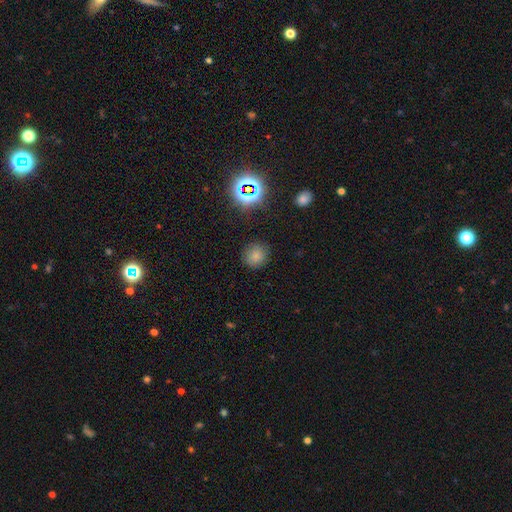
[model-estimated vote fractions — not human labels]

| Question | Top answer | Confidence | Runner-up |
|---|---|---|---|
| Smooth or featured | smooth | 74% | star or artifact (19%) |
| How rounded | round | 88% | in between (11%) |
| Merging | none | 86% | minor disturbance (9%) |